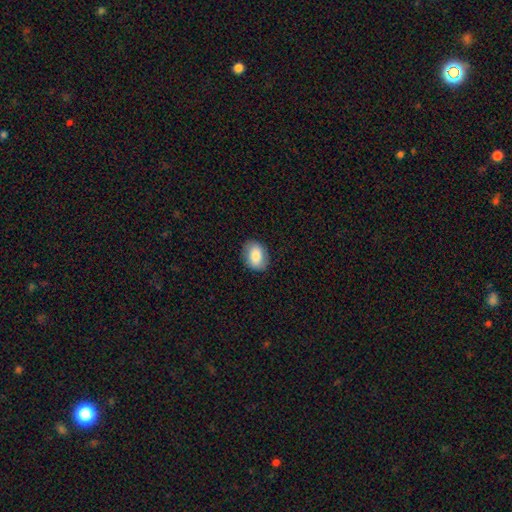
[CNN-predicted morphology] This appears to be a smooth galaxy with no disk features (82%) that is in between round and cigar-shaped (74%). Merging: none (84%).